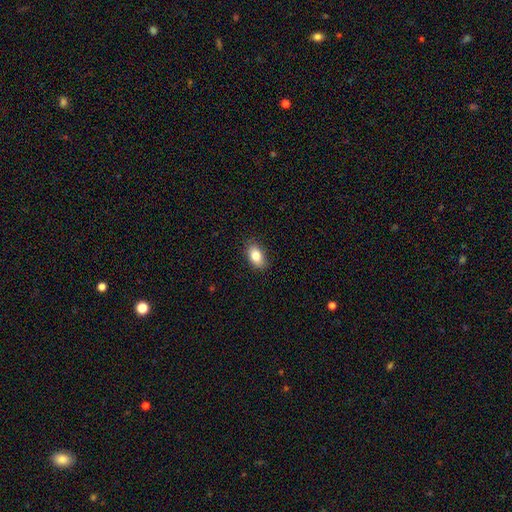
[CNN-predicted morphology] smooth-or-featured: smooth: 83% | featured or disk: 9% | star or artifact: 8%
  how-rounded: in between: 88% | round: 10% | cigar-shaped: 2%
  merging: none: 86% | minor disturbance: 11% | major disturbance: 2% | merger: 1%